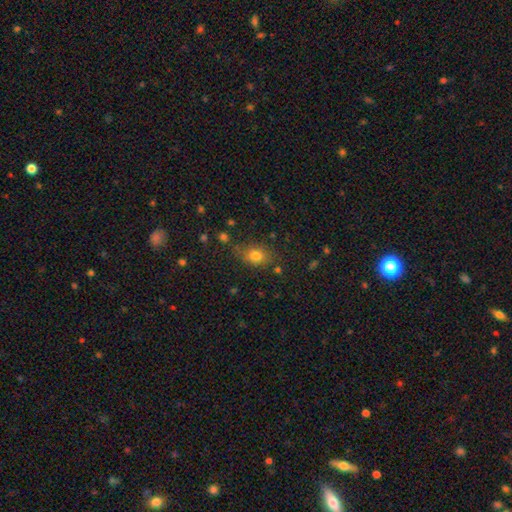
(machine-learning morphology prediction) type=smooth (78%); roundness=in between (60%); merging=none (73%).